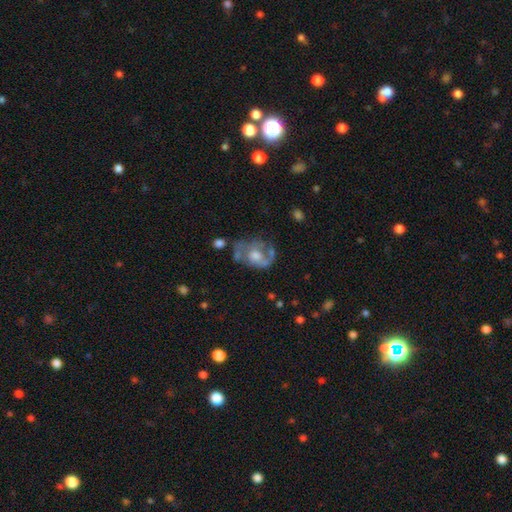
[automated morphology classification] smooth-or-featured: featured or disk: 64% | smooth: 27% | star or artifact: 9%
  disk-edge-on: no: 97% | yes: 3%
    bar: no: 79% | weak: 18% | strong: 3%
    has-spiral-arms: yes: 58% | no: 42%
    bulge-size: moderate: 56% | large: 23% | small: 14% | none: 5% | dominant: 2%
  merging: none: 45% | major disturbance: 23% | minor disturbance: 23% | merger: 8%